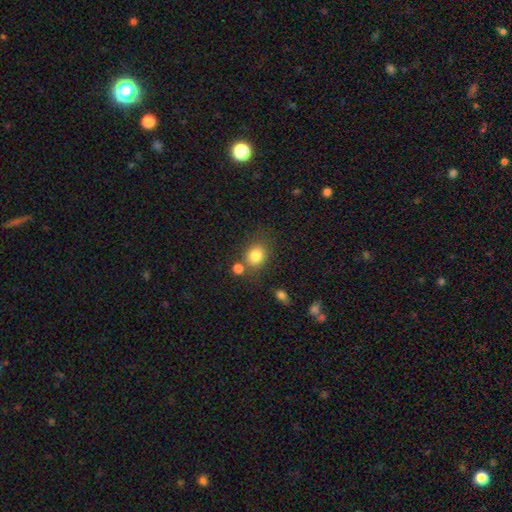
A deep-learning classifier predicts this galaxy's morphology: Smooth or featured? smooth (82%)
How rounded? round (67%)
Merging? none (68%)